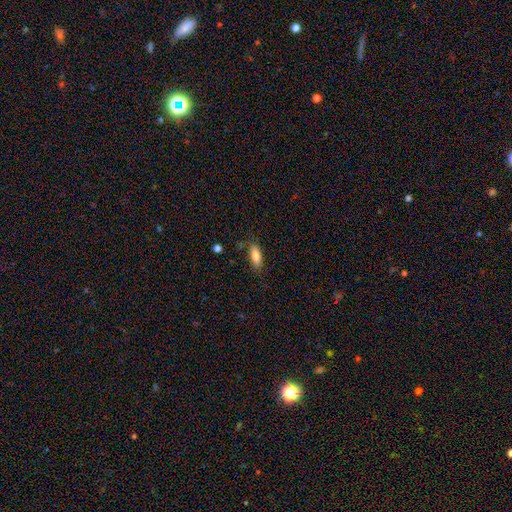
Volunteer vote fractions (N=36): This is clearly a smooth galaxy (89%). How rounded: likely in between (62%). Merging: likely none (77%).